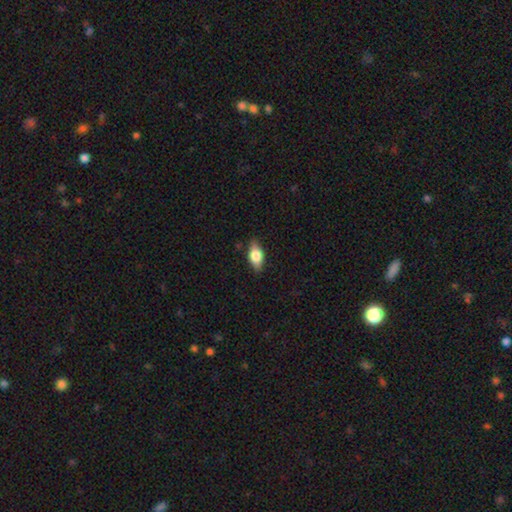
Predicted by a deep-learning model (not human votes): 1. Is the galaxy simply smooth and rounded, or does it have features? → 70% smooth, 23% featured or disk, 7% star or artifact.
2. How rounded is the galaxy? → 85% in between, 8% cigar-shaped, 6% round.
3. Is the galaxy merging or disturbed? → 84% none, 13% minor disturbance, 3% major disturbance, 1% merger.